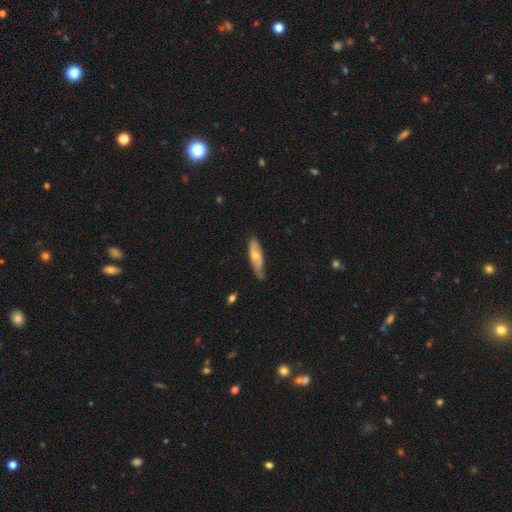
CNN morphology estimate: Smooth or featured?
  - featured or disk: 51% *
  - smooth: 44%
  - star or artifact: 6%
Edge-on disk?
  - no: 66% *
  - yes: 34%
Merging?
  - none: 65% *
  - minor disturbance: 27%
  - major disturbance: 6%
  - merger: 2%